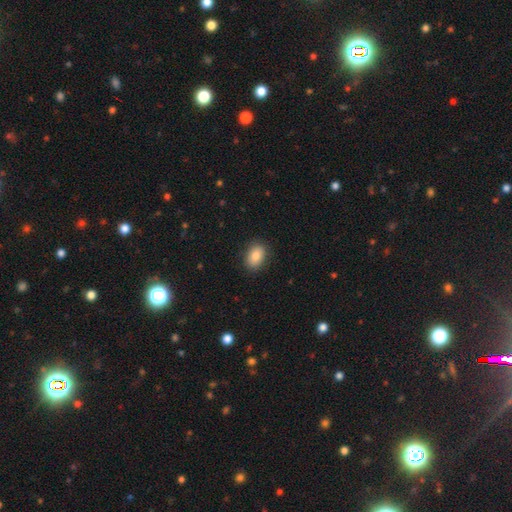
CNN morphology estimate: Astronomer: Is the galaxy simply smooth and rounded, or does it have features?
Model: smooth — 84%.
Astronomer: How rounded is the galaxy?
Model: in between — 83%.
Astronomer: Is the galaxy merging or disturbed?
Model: none — 87%.